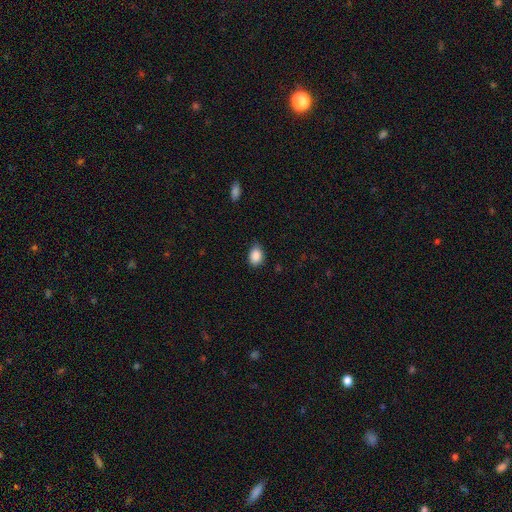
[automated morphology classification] The model was most divided on "how rounded": in between: 73%, round: 26%, cigar-shaped: 1%. More confident: smooth or featured — smooth (88%); merging — none (75%).